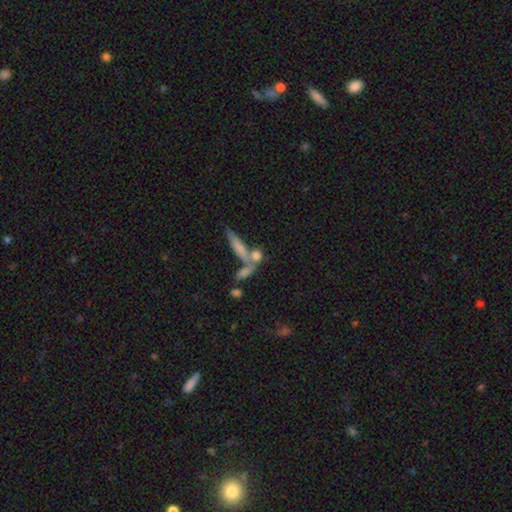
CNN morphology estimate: A smooth galaxy with no disk features (53%) that is cigar-shaped (64%). Merging: none (46%).